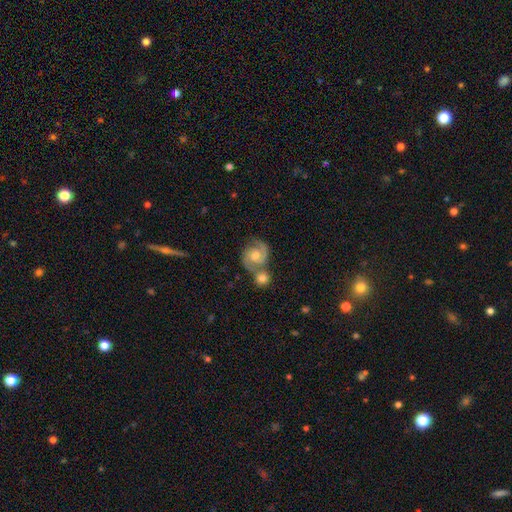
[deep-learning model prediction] This is clearly a featured or disk galaxy (86%). It is clearly not viewed edge-on (98%). Bar: likely no (64%). Spiral arm pattern: clearly yes (97%). Spiral arm count: clearly 2 (92%). Spiral winding: possibly medium (52%). Central bulge: likely moderate (67%). Merging: possibly none (50%).